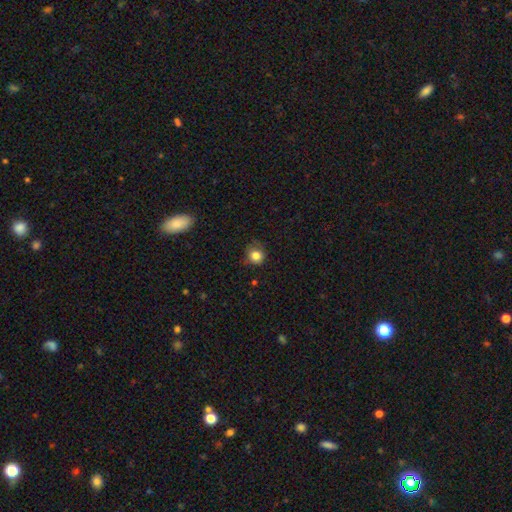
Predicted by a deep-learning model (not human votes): Smooth or featured: smooth — 82% (star or artifact — 11%)
How rounded: round — 87% (in between — 12%)
Merging: none — 70% (minor disturbance — 22%)